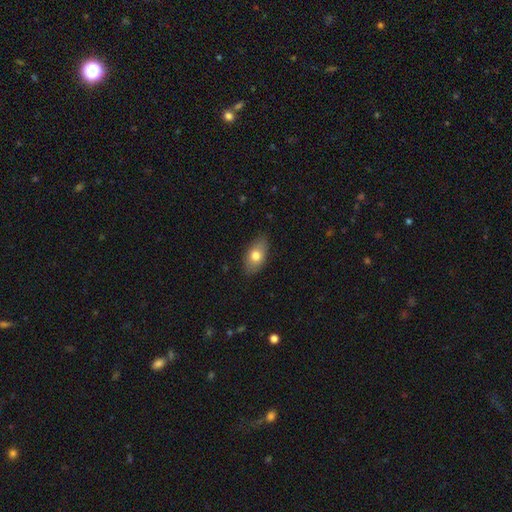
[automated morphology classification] A smooth galaxy with no disk features (75%) that is in between round and cigar-shaped (90%).

Vote fractions:
- Smooth or featured? smooth: 75% / featured or disk: 18% / star or artifact: 7%
- How rounded? in between: 90% / round: 7% / cigar-shaped: 3%
- Merging? none: 82% / minor disturbance: 14% / major disturbance: 3% / merger: 1%